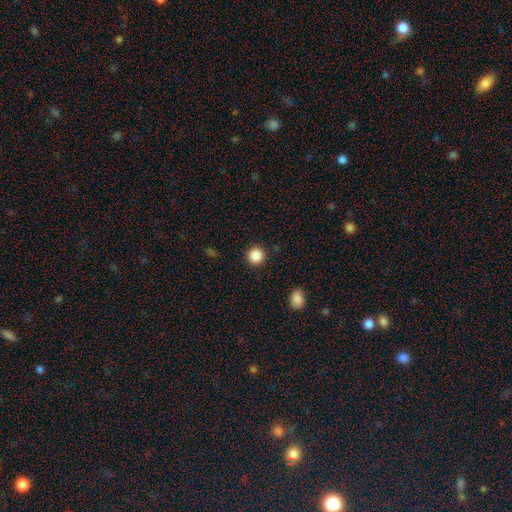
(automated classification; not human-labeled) Q: Smooth or featured?
A: smooth (87%); runner-up: star or artifact (10%)
Q: How rounded?
A: round (95%); runner-up: in between (4%)
Q: Merging?
A: none (92%); runner-up: minor disturbance (5%)